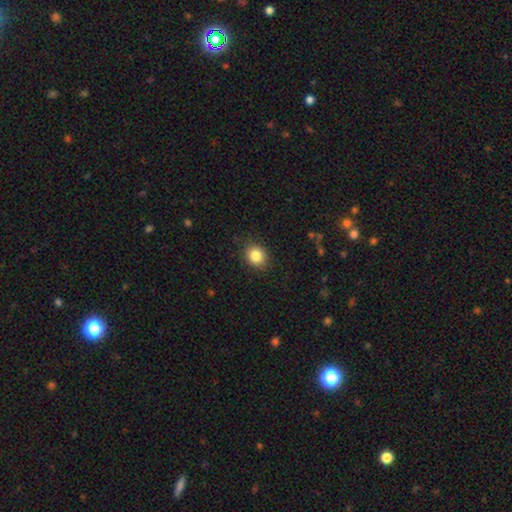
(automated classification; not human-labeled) smooth_or_featured: smooth (p=0.84) [alt: star or artifact p=0.10]
how_rounded: round (p=0.70) [alt: in between p=0.29]
merging: none (p=0.87) [alt: minor disturbance p=0.09]